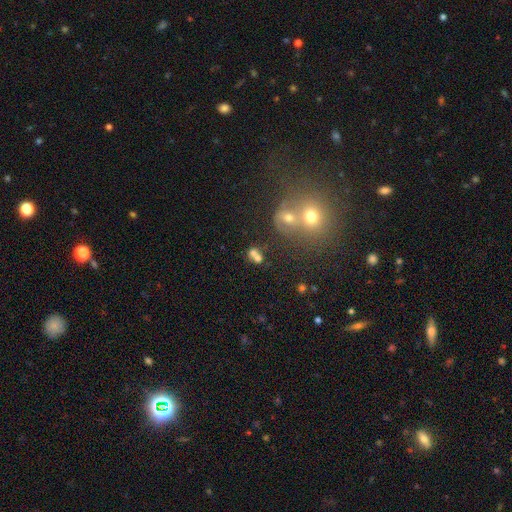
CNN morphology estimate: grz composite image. It shows a smooth galaxy with no disk features (64%) that is round (58%). Merging: merger (56%).